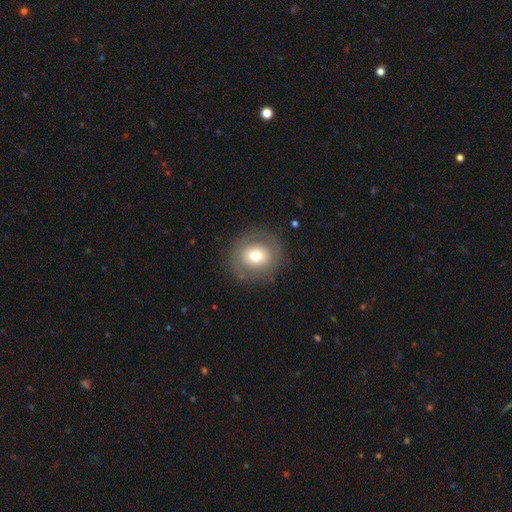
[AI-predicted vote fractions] smooth_or_featured: smooth (p=0.63) [alt: featured or disk p=0.28]
how_rounded: round (p=0.87) [alt: in between p=0.12]
merging: none (p=0.85) [alt: minor disturbance p=0.09]